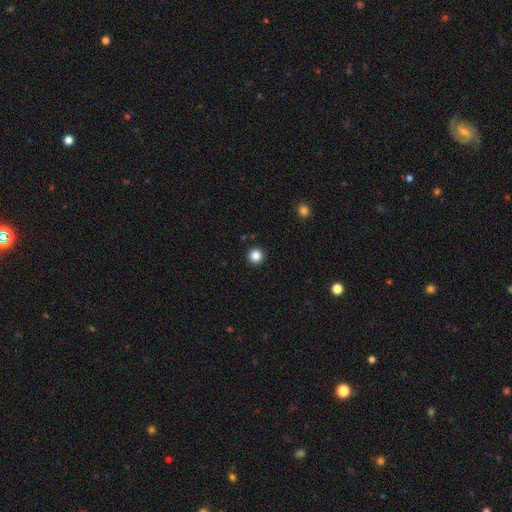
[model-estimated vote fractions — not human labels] Morphology: type=smooth (85%); roundness=round (96%); merging=none (93%).